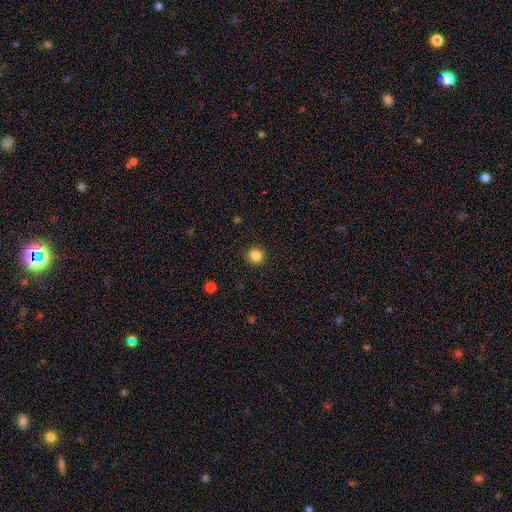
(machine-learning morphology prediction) This is clearly a smooth galaxy (85%). How rounded: clearly round (92%). Merging: clearly none (92%).